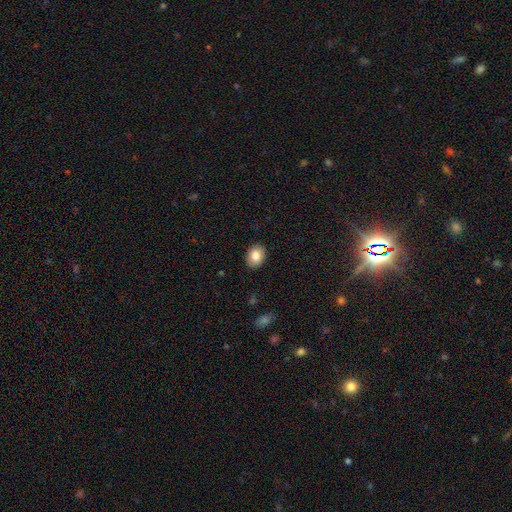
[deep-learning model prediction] smooth_or_featured: smooth (p=0.82) [alt: featured or disk p=0.10]
how_rounded: in between (p=0.64) [alt: round p=0.35]
merging: none (p=0.90) [alt: minor disturbance p=0.08]